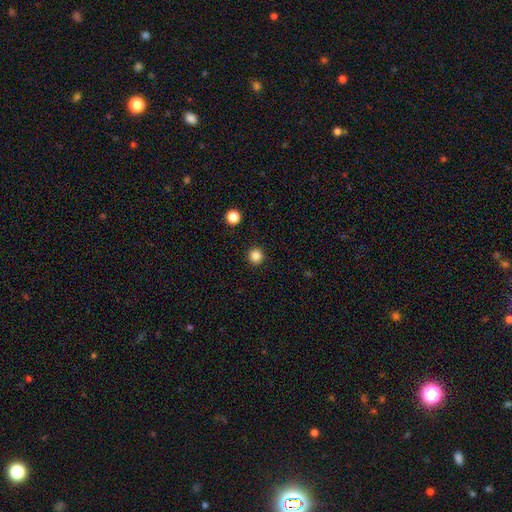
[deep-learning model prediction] A smooth galaxy with no disk features (85%) that is round (96%). Merging: none (93%).